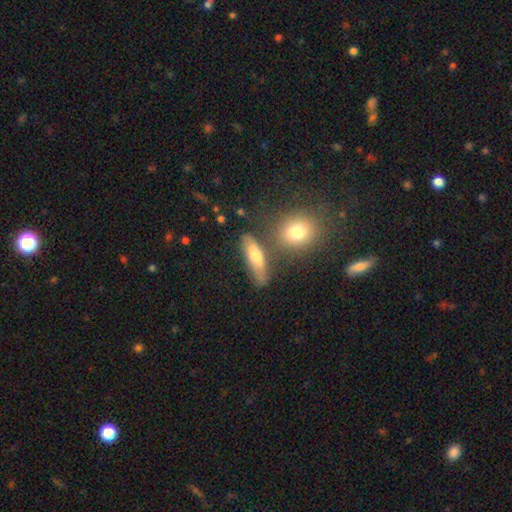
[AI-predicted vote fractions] A smooth galaxy with no disk features (63%) that is in between round and cigar-shaped (51%).

Vote fractions:
- Smooth or featured? smooth: 63% / featured or disk: 25% / star or artifact: 12%
- How rounded? in between: 51% / cigar-shaped: 38% / round: 12%
- Merging? none: 66% / minor disturbance: 15% / merger: 13% / major disturbance: 6%